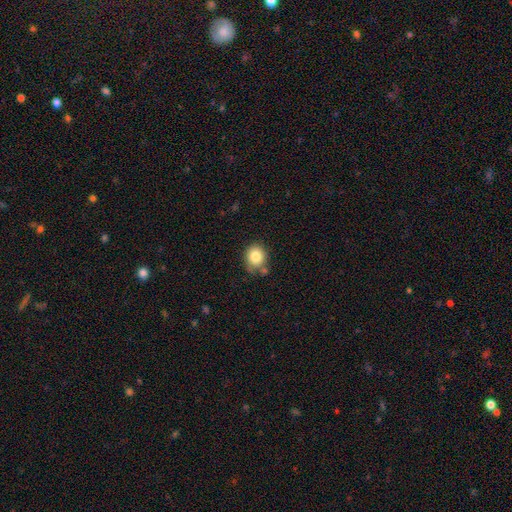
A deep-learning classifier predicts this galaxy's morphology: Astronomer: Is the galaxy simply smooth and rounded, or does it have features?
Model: smooth — 82%.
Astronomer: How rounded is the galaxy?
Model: round — 72%.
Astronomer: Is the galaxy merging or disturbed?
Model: none — 67%.